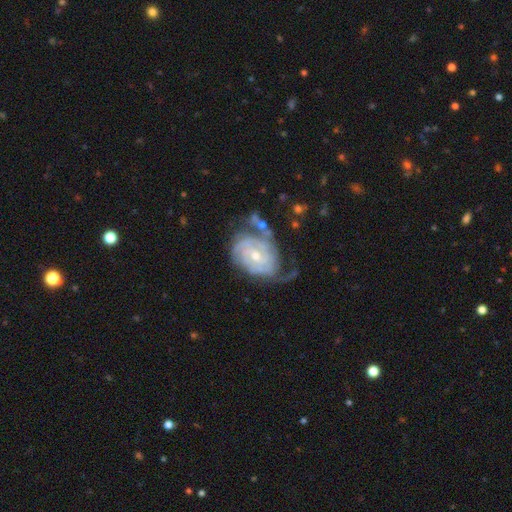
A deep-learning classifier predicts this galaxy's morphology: smooth-or-featured: featured or disk: 87% | smooth: 8% | star or artifact: 5%
  disk-edge-on: no: 97% | yes: 3%
    bar: no: 55% | weak: 37% | strong: 8%
    has-spiral-arms: yes: 95% | no: 5%
      spiral-winding: tight: 70% | medium: 23% | loose: 7%
      spiral-arm-count: can't tell: 32% | 2: 28% | 3: 21% | 4: 9% | 1: 5% | more than 4: 5%
    bulge-size: small: 50% | moderate: 47% | large: 2% | none: 1% | dominant: 1%
  merging: none: 43% | minor disturbance: 27% | major disturbance: 22% | merger: 8%